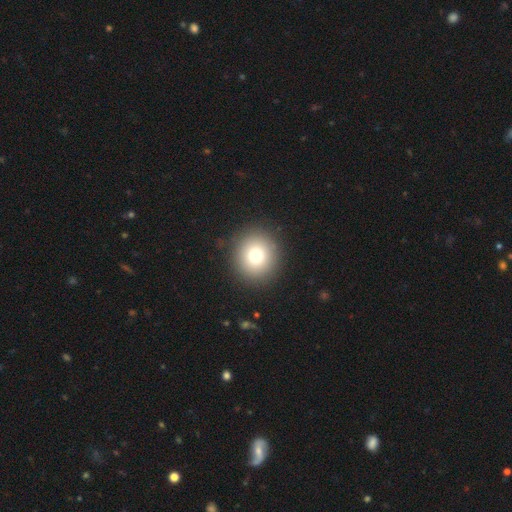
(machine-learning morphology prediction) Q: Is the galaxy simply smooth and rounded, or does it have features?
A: smooth — 77%.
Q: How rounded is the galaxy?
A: round — 91%.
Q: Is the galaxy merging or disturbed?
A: none — 90%.